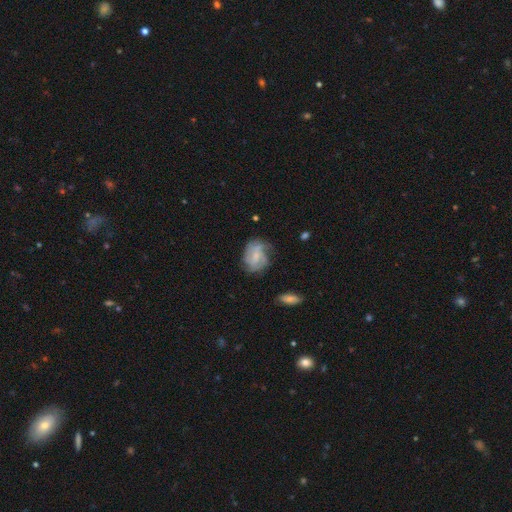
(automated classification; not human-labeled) Morphology: type=featured or disk (59%); edge-on=no (97%); bar=no (51%); spiral arms=yes (83%); bulge=small (47%); merging=none (55%).